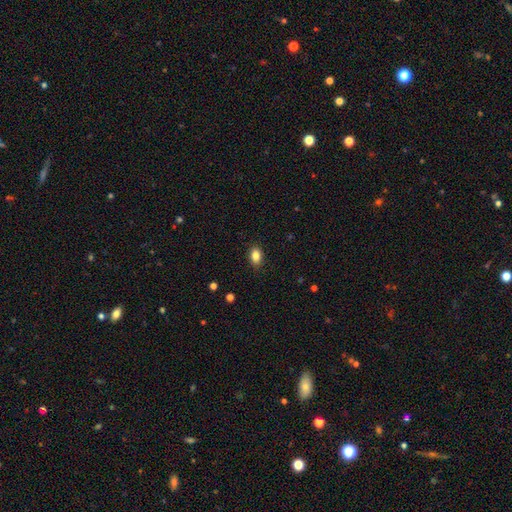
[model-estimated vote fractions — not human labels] A smooth galaxy with no disk features (85%) that is in between round and cigar-shaped (85%).

Vote fractions:
- Smooth or featured? smooth: 85% / star or artifact: 9% / featured or disk: 6%
- How rounded? in between: 85% / round: 13% / cigar-shaped: 2%
- Merging? none: 87% / minor disturbance: 10% / major disturbance: 2% / merger: 1%